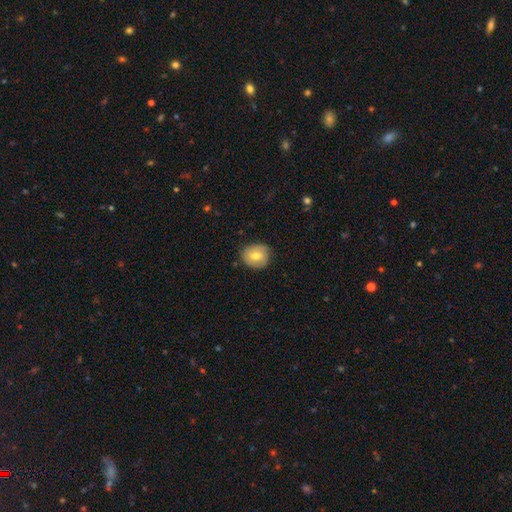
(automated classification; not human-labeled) Smooth or featured? Predicted: smooth (p=0.71). How rounded? Predicted: round (p=0.77). Merging? Predicted: none (p=0.82).